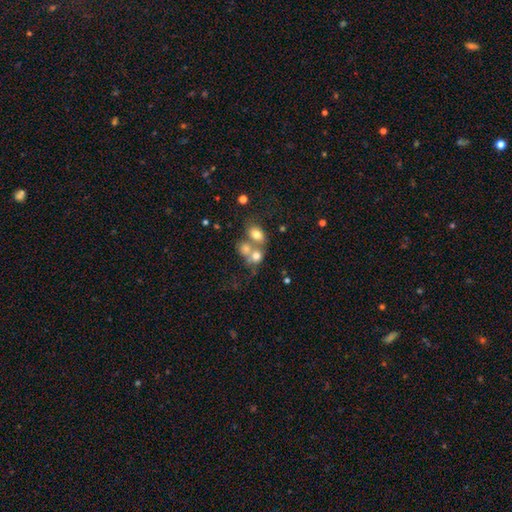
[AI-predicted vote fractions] smooth_or_featured: smooth (p=0.69) [alt: featured or disk p=0.18]
how_rounded: round (p=0.57) [alt: in between p=0.42]
merging: merger (p=0.57) [alt: none p=0.29]